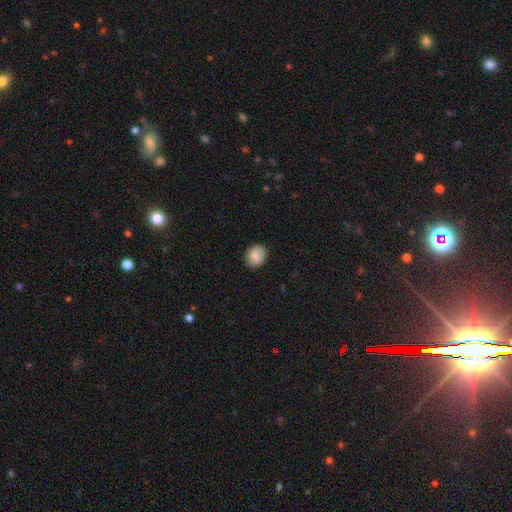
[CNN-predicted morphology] Smooth or featured? smooth (83%)
How rounded? round (61%)
Merging? none (85%)